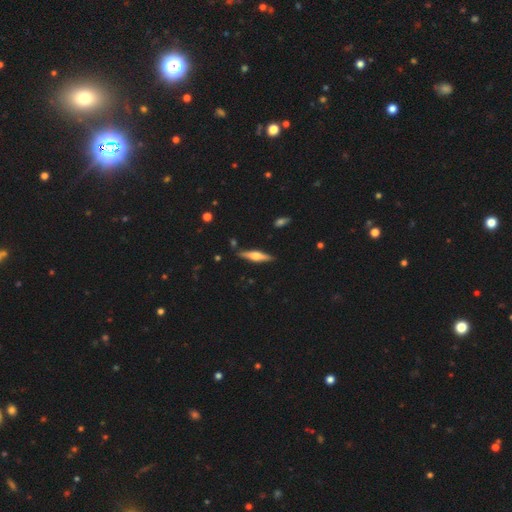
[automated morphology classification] Q: Smooth or featured?
A: featured or disk (60%); runner-up: smooth (34%)
Q: Edge-on disk?
A: yes (96%); runner-up: no (4%)
Q: Edge-on bulge?
A: rounded (87%); runner-up: boxy (9%)
Q: Merging?
A: none (87%); runner-up: minor disturbance (9%)